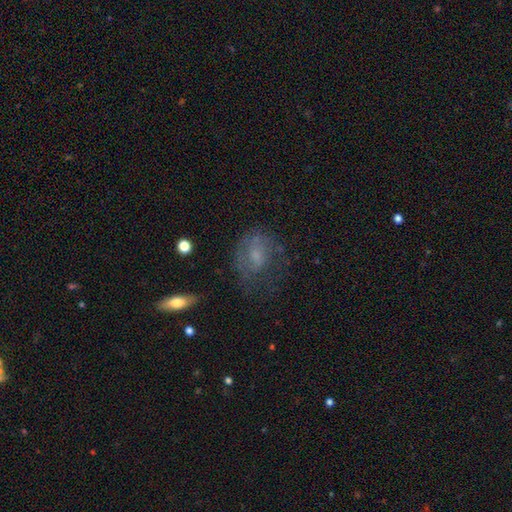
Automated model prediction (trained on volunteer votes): Smooth or featured? featured or disk (46%)
Merging? none (49%)